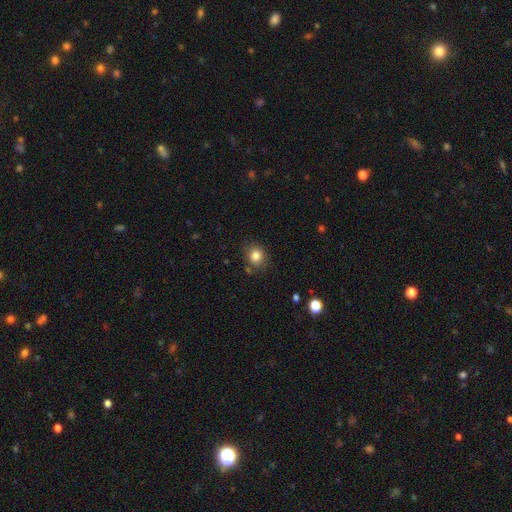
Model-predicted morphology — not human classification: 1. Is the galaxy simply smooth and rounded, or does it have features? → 83% smooth, 11% star or artifact, 6% featured or disk.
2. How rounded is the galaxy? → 74% round, 25% in between, 1% cigar-shaped.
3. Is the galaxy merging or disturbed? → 80% none, 12% minor disturbance, 4% merger, 3% major disturbance.